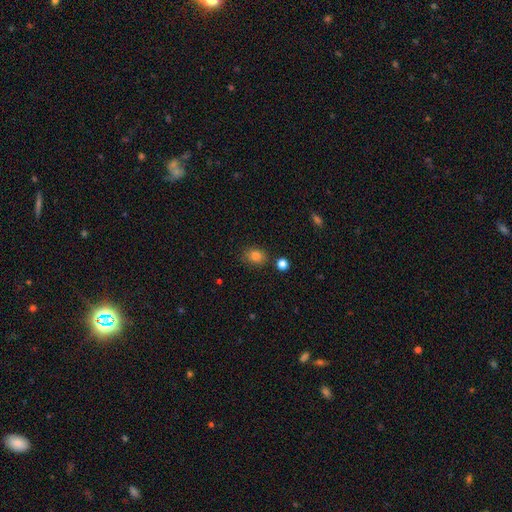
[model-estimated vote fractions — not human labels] This is clearly a smooth galaxy (82%). How rounded: possibly in between (52%). Merging: likely none (79%).